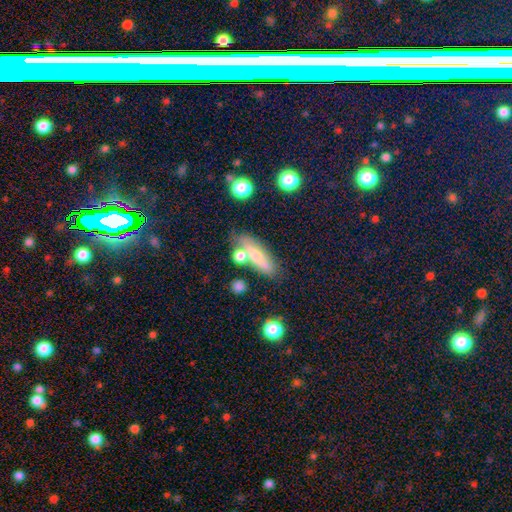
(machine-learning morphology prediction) smooth-or-featured: smooth: 57% | featured or disk: 27% | star or artifact: 16%
  how-rounded: cigar-shaped: 57% | in between: 37% | round: 6%
  merging: none: 69% | minor disturbance: 14% | merger: 12% | major disturbance: 5%